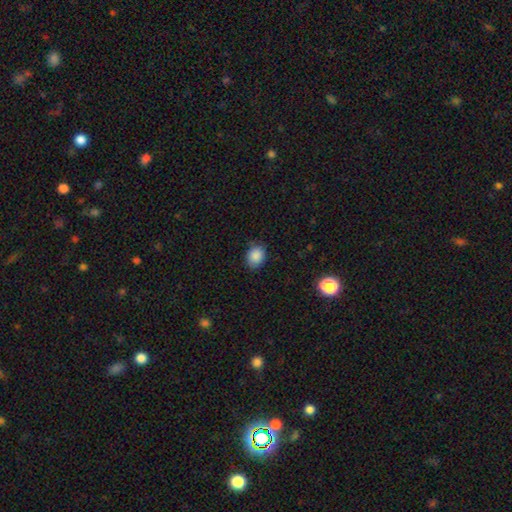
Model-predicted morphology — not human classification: type=smooth (87%); roundness=in between (52%); merging=none (80%).